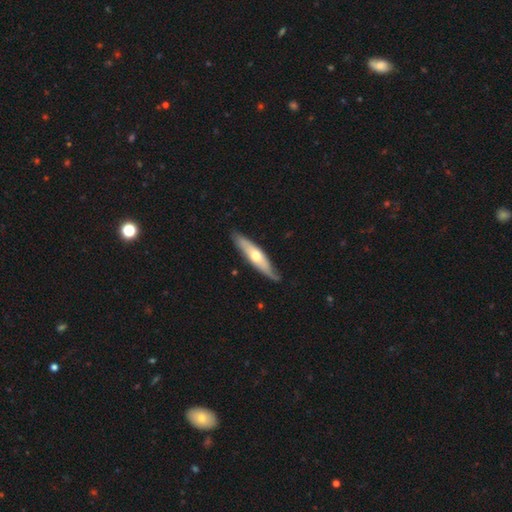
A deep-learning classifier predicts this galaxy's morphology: featured or disk 53%, smooth 43%, star or artifact 5%. Down the decision tree: edge-on disk — yes (75%); merging — none (80%).